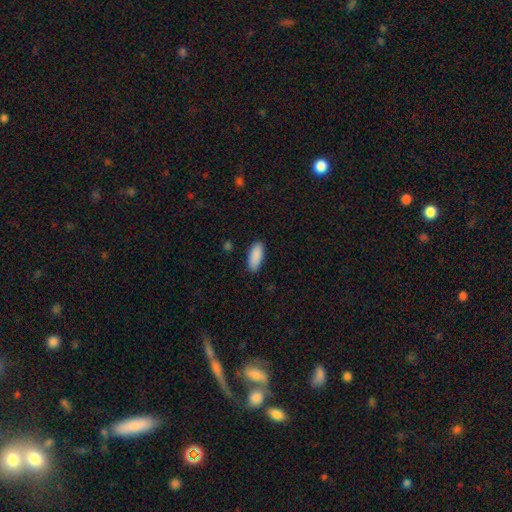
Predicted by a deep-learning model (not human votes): Overall: smooth (90%). How rounded: in between (80%). Merging: none (87%).